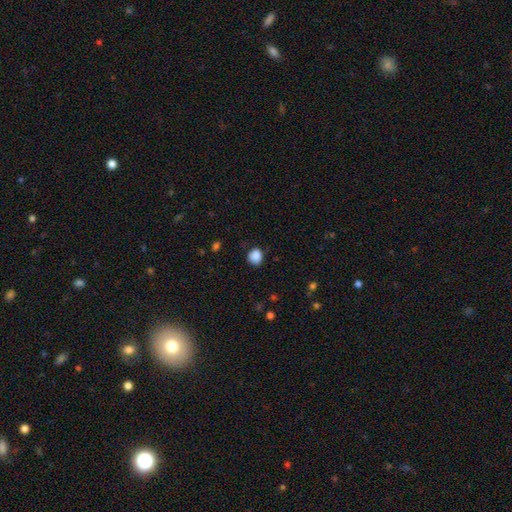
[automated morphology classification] The model was most divided on "how rounded": round: 64%, in between: 35%, cigar-shaped: 1%. More confident: smooth or featured — smooth (87%); merging — none (74%).